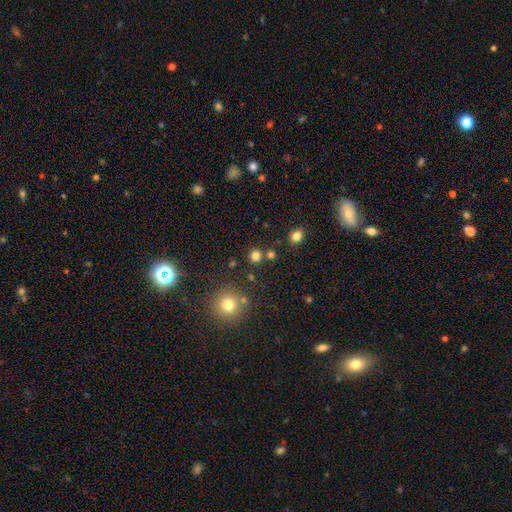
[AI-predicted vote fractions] A smooth galaxy with no disk features (78%) that is round (92%). Merging: none (81%).